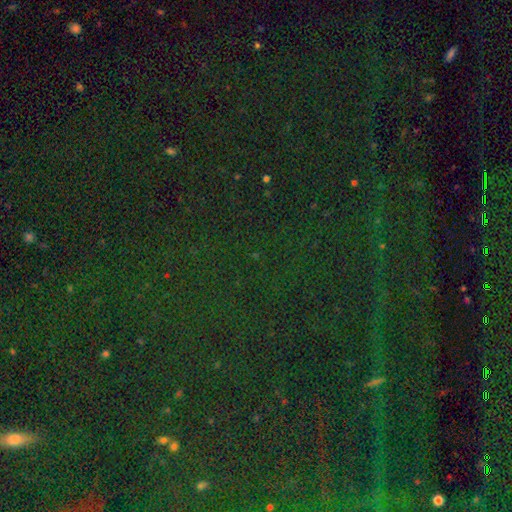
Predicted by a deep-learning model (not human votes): star or artifact 84%, smooth 10%, featured or disk 7%.